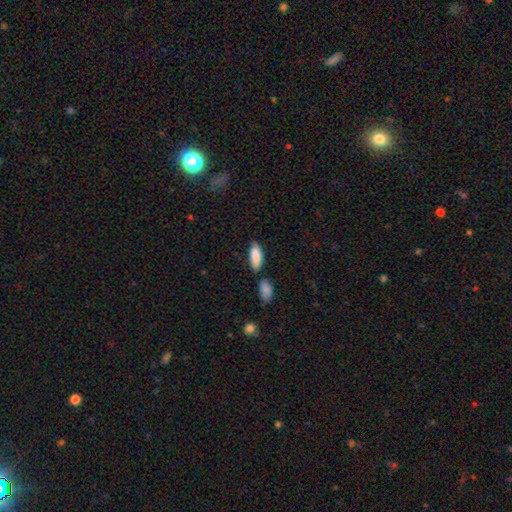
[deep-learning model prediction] This appears to be a smooth galaxy with no disk features (86%) that is in between round and cigar-shaped (75%). Merging: none (69%).